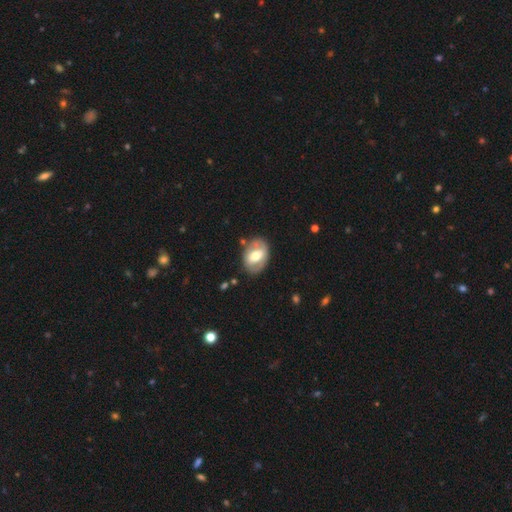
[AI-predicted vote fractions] Q: Smooth or featured?
A: featured or disk (51%); runner-up: smooth (43%)
Q: Edge-on disk?
A: no (93%); runner-up: yes (7%)
Q: Merging?
A: none (73%); runner-up: minor disturbance (17%)